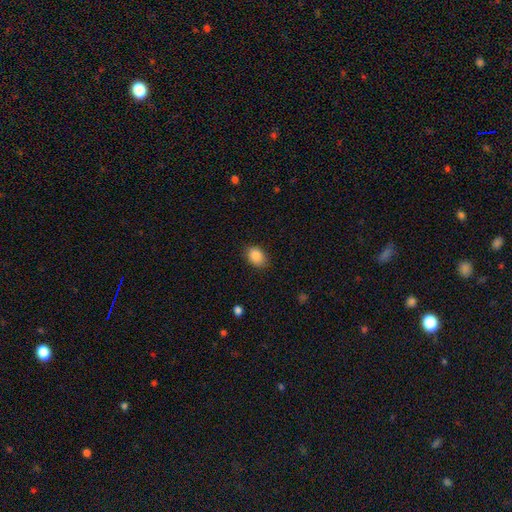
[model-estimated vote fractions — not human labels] Smooth or featured? Predicted: smooth (p=0.88). How rounded? Predicted: in between (p=0.76). Merging? Predicted: none (p=0.83).